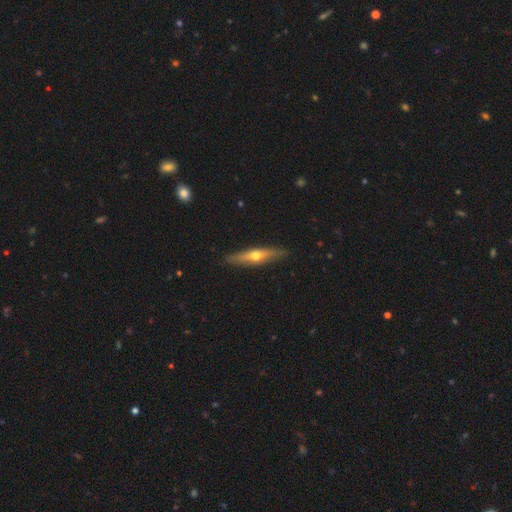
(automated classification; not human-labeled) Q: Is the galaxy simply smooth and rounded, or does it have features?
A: featured or disk — 57%.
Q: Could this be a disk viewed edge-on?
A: yes — 90%.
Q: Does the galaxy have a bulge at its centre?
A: rounded — 91%.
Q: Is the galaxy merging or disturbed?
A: none — 88%.